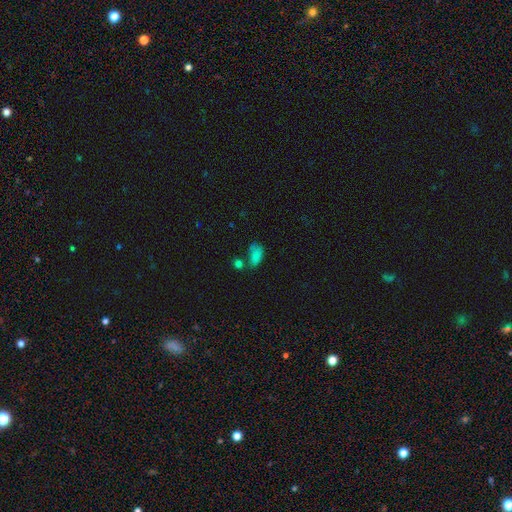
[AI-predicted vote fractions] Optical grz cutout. It shows a smooth galaxy with no disk features (75%) that is in between round and cigar-shaped (88%). Merging: none (40%).